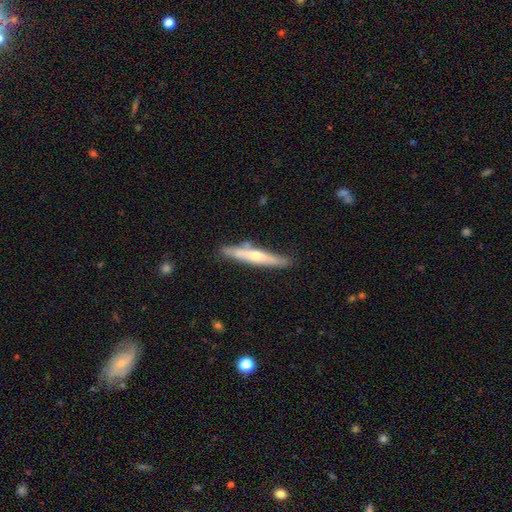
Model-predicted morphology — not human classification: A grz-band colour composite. It shows a featured or disk galaxy (55%) viewed edge-on (90%). Merging: none (78%).